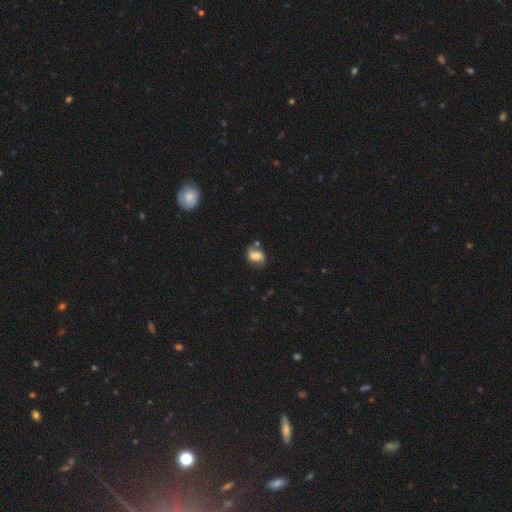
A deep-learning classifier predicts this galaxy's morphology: smooth 59%, featured or disk 31%, star or artifact 10%. Down the decision tree: how rounded — in between (70%); merging — none (51%).